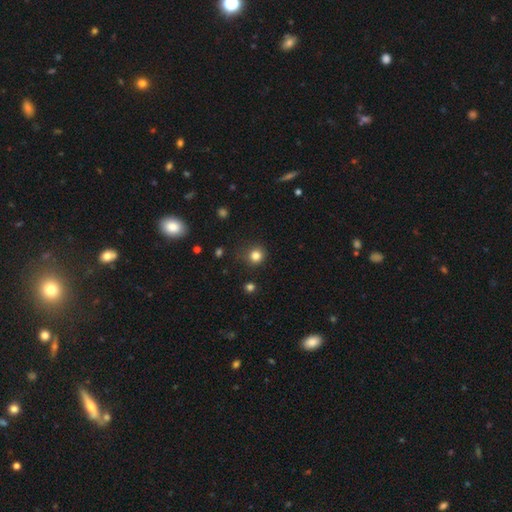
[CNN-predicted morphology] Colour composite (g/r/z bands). It shows a smooth galaxy with no disk features (82%) that is round (91%). Merging: none (81%).